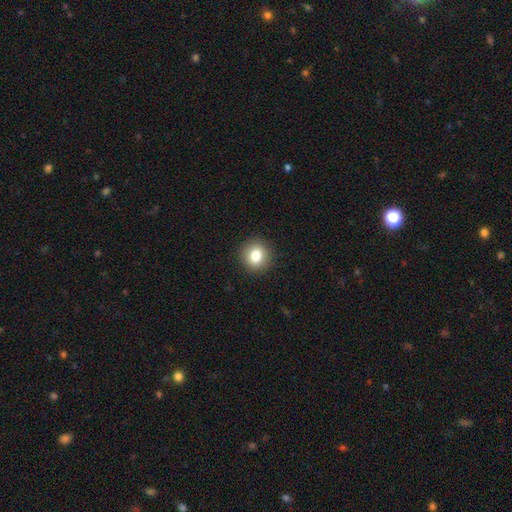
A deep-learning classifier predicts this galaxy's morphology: type=smooth (81%); roundness=round (87%); merging=none (91%).